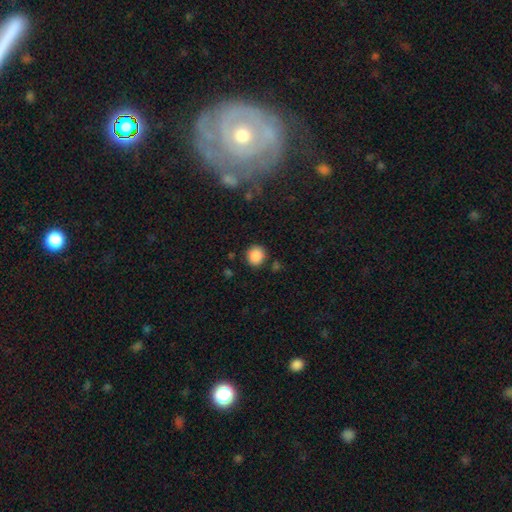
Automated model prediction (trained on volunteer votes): Morphology: type=smooth (88%); roundness=round (88%); merging=none (86%).